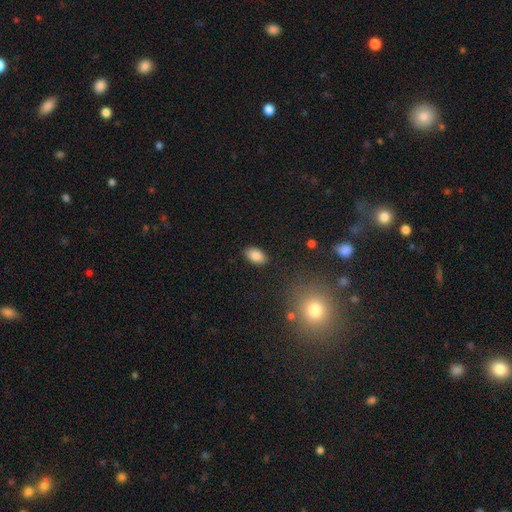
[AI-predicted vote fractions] Q: Smooth or featured?
A: smooth (86%); runner-up: star or artifact (8%)
Q: How rounded?
A: in between (92%); runner-up: round (6%)
Q: Merging?
A: none (88%); runner-up: minor disturbance (9%)